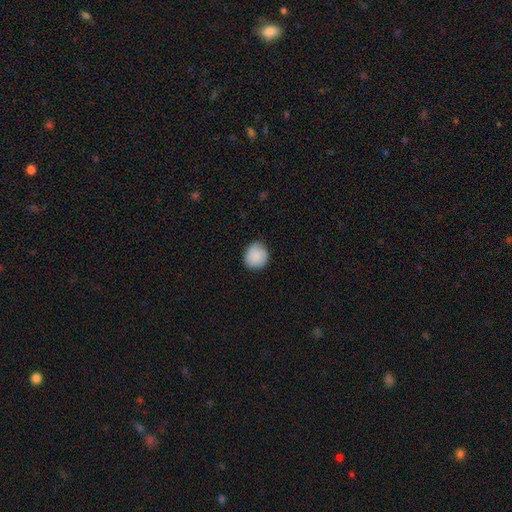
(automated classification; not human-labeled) The model was most divided on "merging": none: 71%, minor disturbance: 24%, major disturbance: 4%, merger: 1%. More confident: smooth or featured — smooth (87%); how rounded — round (82%).